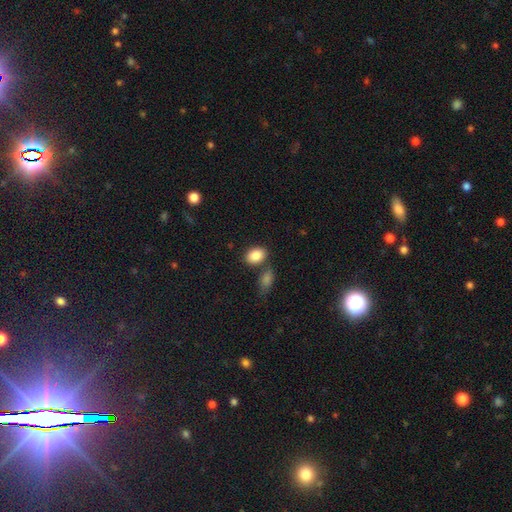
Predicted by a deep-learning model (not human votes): The model was most divided on "merging": none: 68%, merger: 16%, minor disturbance: 12%, major disturbance: 4%. More confident: smooth or featured — smooth (87%); how rounded — in between (81%).